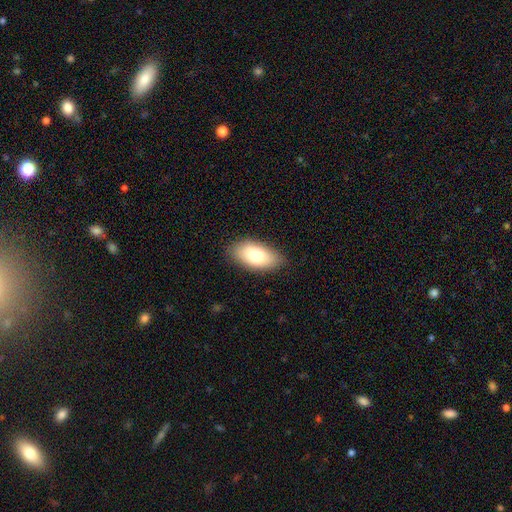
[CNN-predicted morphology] A smooth galaxy with no disk features (76%) that is in between round and cigar-shaped (92%).

Vote fractions:
- Smooth or featured? smooth: 76% / featured or disk: 17% / star or artifact: 7%
- How rounded? in between: 92% / cigar-shaped: 5% / round: 4%
- Merging? none: 85% / minor disturbance: 11% / major disturbance: 3% / merger: 1%